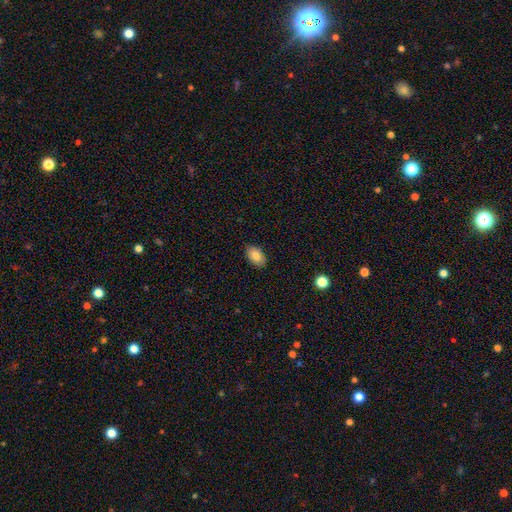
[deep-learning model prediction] smooth-or-featured: smooth: 82% | featured or disk: 11% | star or artifact: 8%
  how-rounded: in between: 90% | round: 8% | cigar-shaped: 1%
  merging: none: 87% | minor disturbance: 10% | major disturbance: 2% | merger: 1%